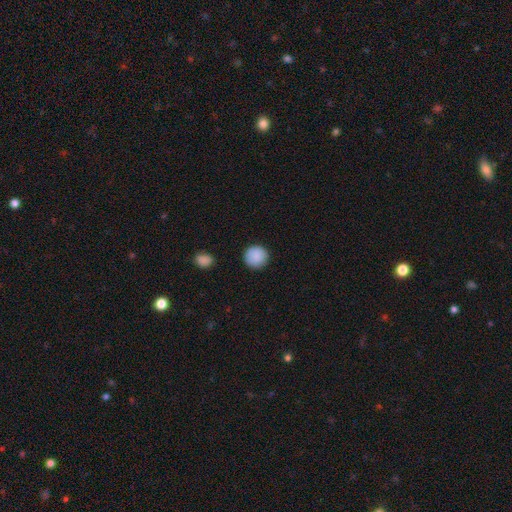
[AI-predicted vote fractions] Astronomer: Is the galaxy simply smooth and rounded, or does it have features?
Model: smooth — 89%.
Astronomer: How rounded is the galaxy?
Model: round — 95%.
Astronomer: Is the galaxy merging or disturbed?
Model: none — 91%.